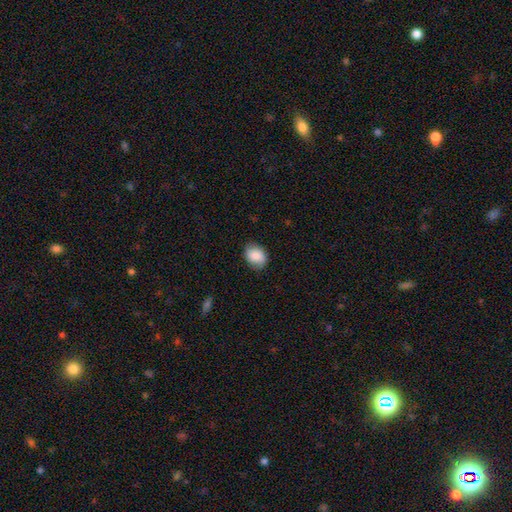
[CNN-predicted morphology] Smooth or featured?
  - smooth: 84% *
  - featured or disk: 9%
  - star or artifact: 7%
How rounded?
  - in between: 63% *
  - round: 36%
  - cigar-shaped: 1%
Merging?
  - none: 80% *
  - minor disturbance: 16%
  - major disturbance: 3%
  - merger: 1%